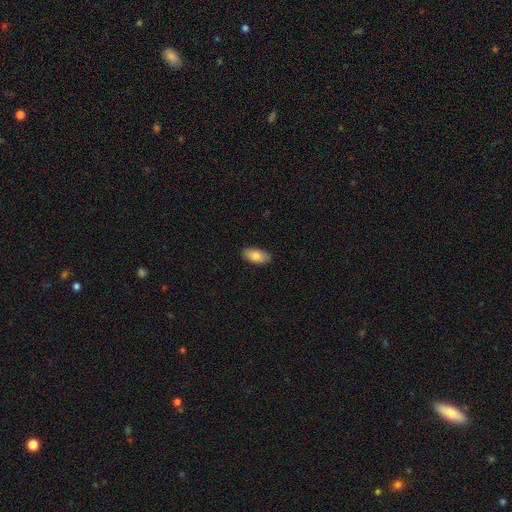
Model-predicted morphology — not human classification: smooth_or_featured: smooth (p=0.84) [alt: featured or disk p=0.10]
how_rounded: in between (p=0.93) [alt: cigar-shaped p=0.04]
merging: none (p=0.88) [alt: minor disturbance p=0.09]